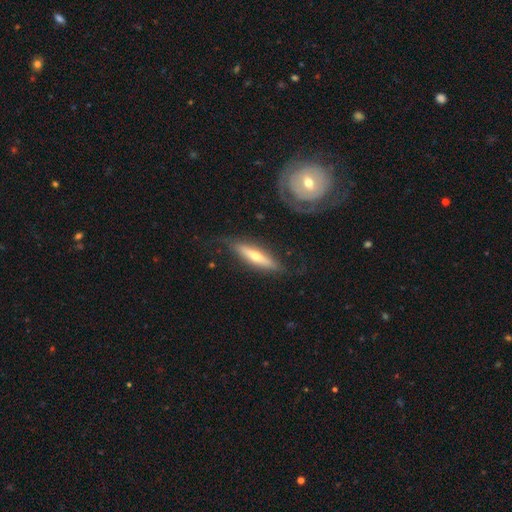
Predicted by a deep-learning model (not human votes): This appears to be a featured or disk galaxy (62%) viewed edge-on (73%). Merging: none (71%).